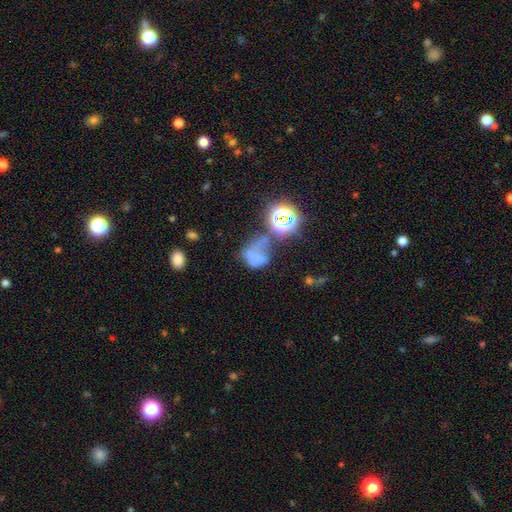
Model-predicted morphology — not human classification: Q: Smooth or featured?
A: smooth (46%); runner-up: featured or disk (27%)
Q: Merging?
A: major disturbance (35%); runner-up: none (24%)